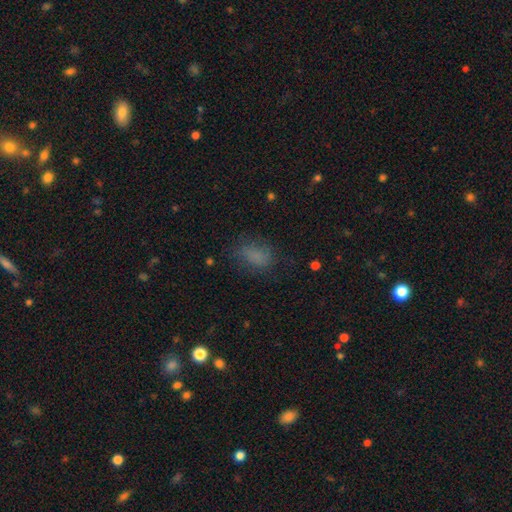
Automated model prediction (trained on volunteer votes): smooth-or-featured: smooth: 75% | star or artifact: 15% | featured or disk: 10%
  how-rounded: in between: 82% | round: 15% | cigar-shaped: 3%
  merging: none: 66% | minor disturbance: 21% | major disturbance: 12% | merger: 2%